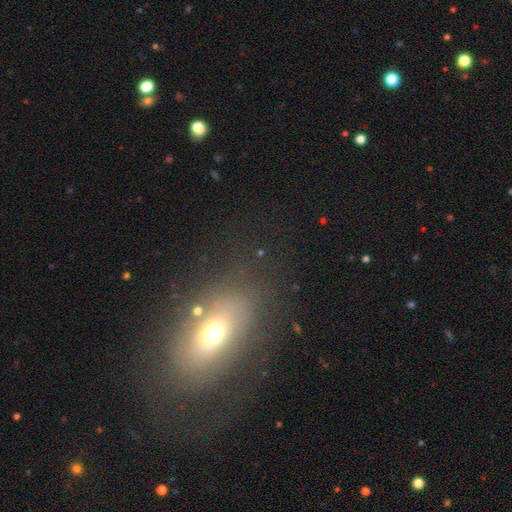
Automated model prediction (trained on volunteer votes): Smooth or featured? smooth (52%)
How rounded? in between (79%)
Merging? none (77%)